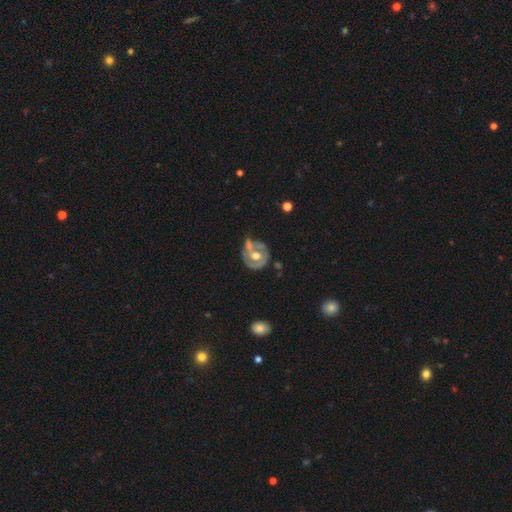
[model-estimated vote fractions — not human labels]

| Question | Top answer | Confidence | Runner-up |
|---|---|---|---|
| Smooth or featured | featured or disk | 69% | smooth (25%) |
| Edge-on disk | no | 97% | yes (3%) |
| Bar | no | 65% | weak (27%) |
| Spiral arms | yes | 59% | no (41%) |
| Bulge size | moderate | 75% | large (13%) |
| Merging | none | 44% | minor disturbance (24%) |